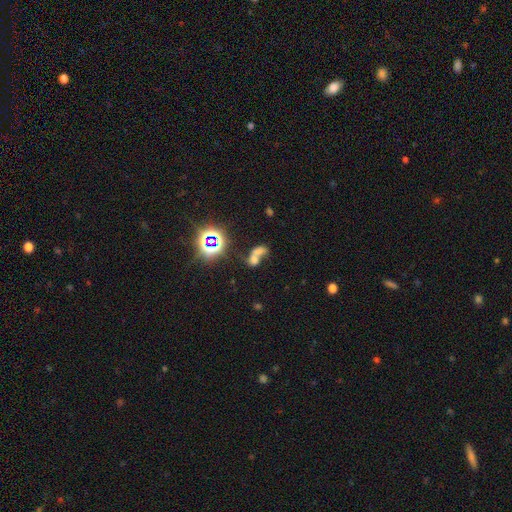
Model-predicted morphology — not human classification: Smooth or featured: smooth — 48% (star or artifact — 30%)
Merging: merger — 69% (none — 17%)